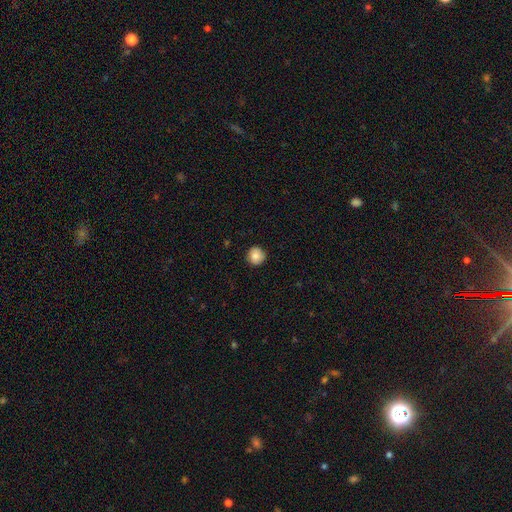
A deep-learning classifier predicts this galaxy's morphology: Smooth or featured? smooth (83%)
How rounded? round (94%)
Merging? none (88%)